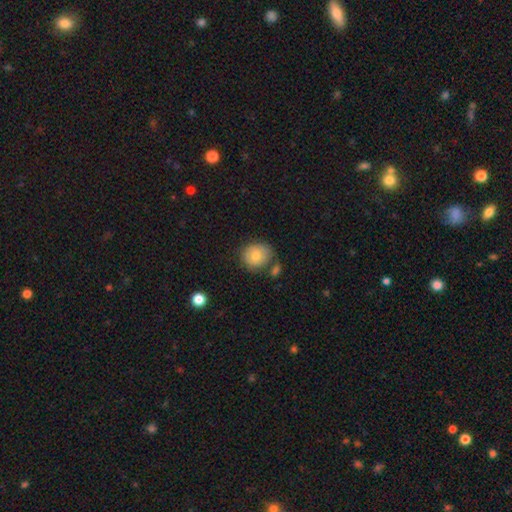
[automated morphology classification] Smooth or featured? Predicted: smooth (p=0.74). How rounded? Predicted: round (p=0.71). Merging? Predicted: none (p=0.61).